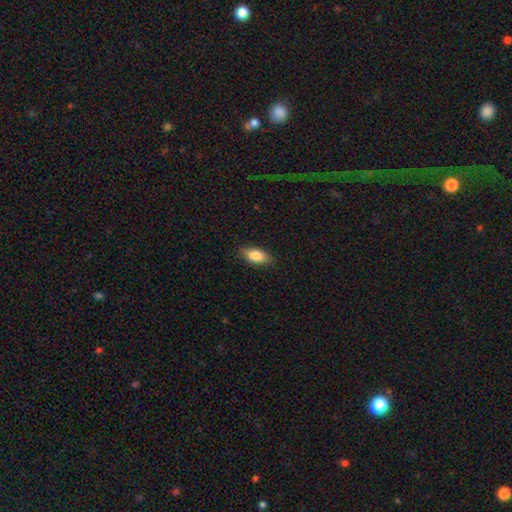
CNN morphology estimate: smooth 85%, featured or disk 8%, star or artifact 7%. Down the decision tree: how rounded — in between (90%); merging — none (86%).